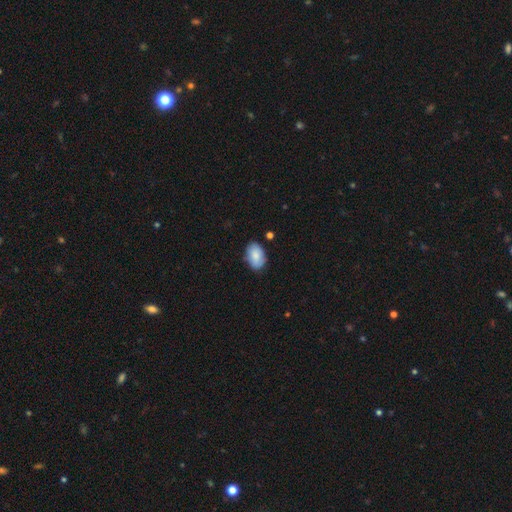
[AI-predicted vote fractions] smooth-or-featured: smooth: 82% | featured or disk: 12% | star or artifact: 7%
  how-rounded: in between: 88% | round: 11% | cigar-shaped: 1%
  merging: none: 74% | minor disturbance: 20% | major disturbance: 3% | merger: 2%